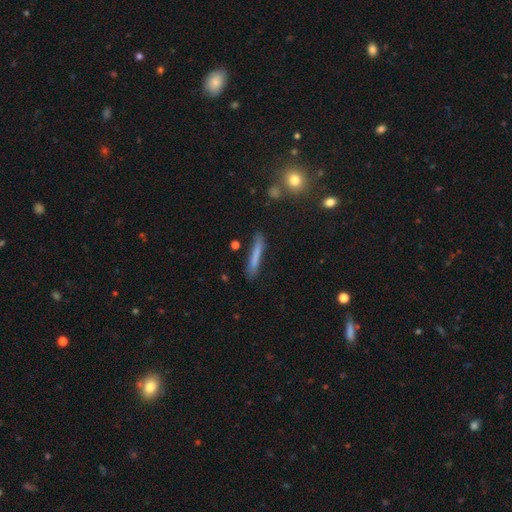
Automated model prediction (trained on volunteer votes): Morphology: type=smooth (69%); roundness=cigar-shaped (93%); merging=none (73%).